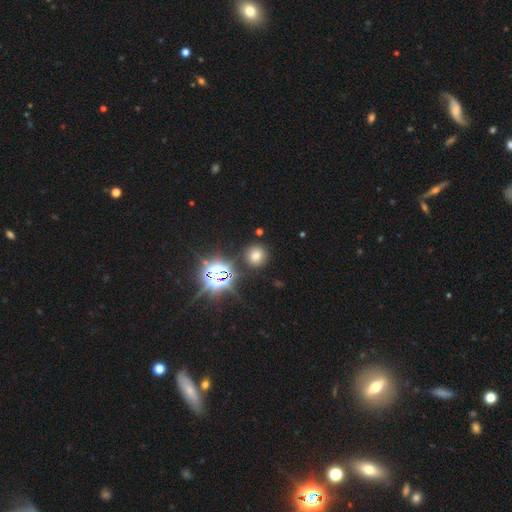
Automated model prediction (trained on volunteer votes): smooth 63%, star or artifact 27%, featured or disk 10%. Down the decision tree: how rounded — round (91%); merging — none (86%).